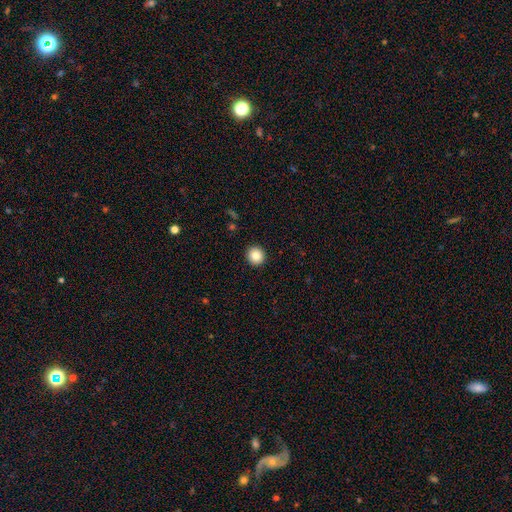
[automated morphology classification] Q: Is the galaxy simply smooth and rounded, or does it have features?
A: smooth — 84%.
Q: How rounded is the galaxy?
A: round — 93%.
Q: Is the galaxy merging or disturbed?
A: none — 93%.